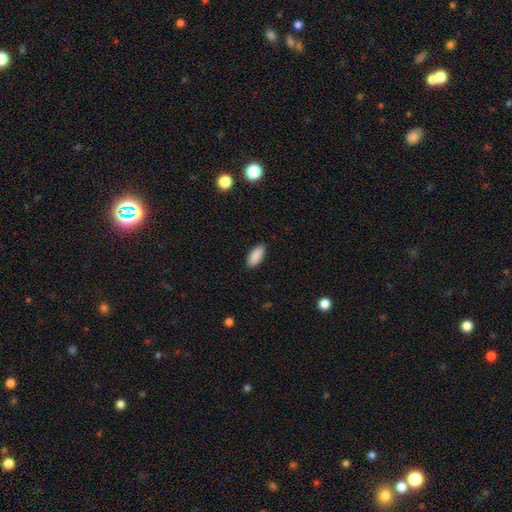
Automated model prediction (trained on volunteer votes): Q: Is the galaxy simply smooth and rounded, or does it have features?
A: smooth — 90%.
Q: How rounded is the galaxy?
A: in between — 87%.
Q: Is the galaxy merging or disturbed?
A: none — 88%.